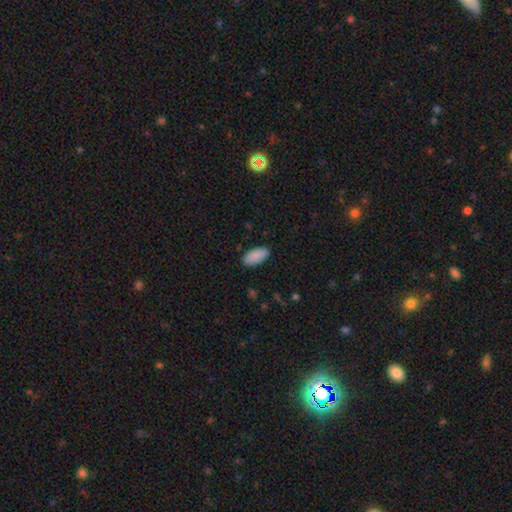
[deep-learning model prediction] Overall: smooth (88%). How rounded: in between (91%). Merging: none (84%).